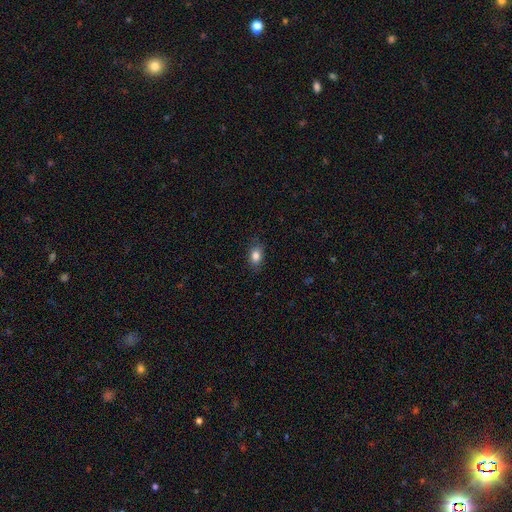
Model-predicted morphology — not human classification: The model was most divided on "how rounded": in between: 83%, round: 15%, cigar-shaped: 2%. More confident: smooth or featured — smooth (84%); merging — none (83%).